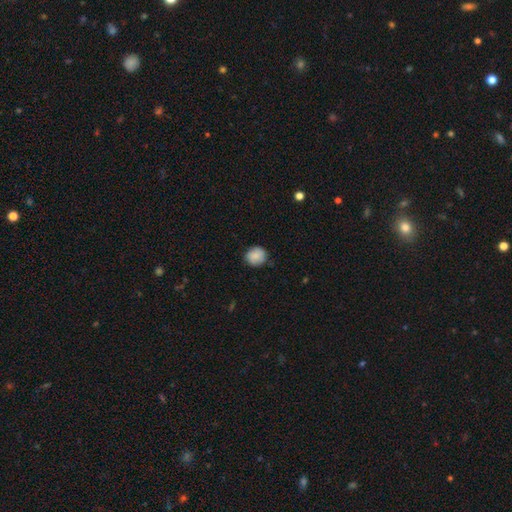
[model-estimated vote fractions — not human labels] A smooth galaxy with no disk features (84%) that is round (84%).

Vote fractions:
- Smooth or featured? smooth: 84% / featured or disk: 8% / star or artifact: 8%
- How rounded? round: 84% / in between: 15% / cigar-shaped: 1%
- Merging? none: 80% / minor disturbance: 16% / major disturbance: 3% / merger: 1%